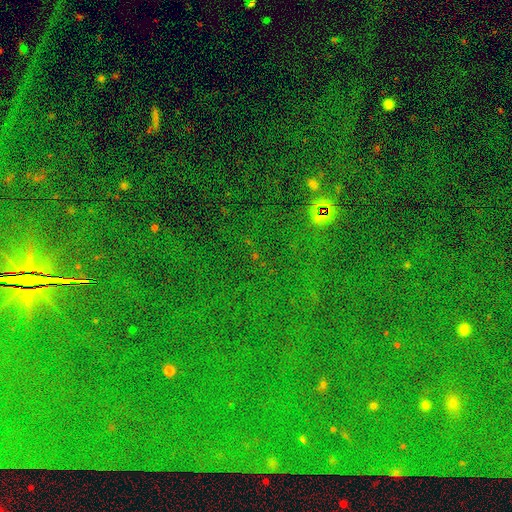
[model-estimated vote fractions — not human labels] Smooth or featured: star or artifact — 84% (smooth — 8%)